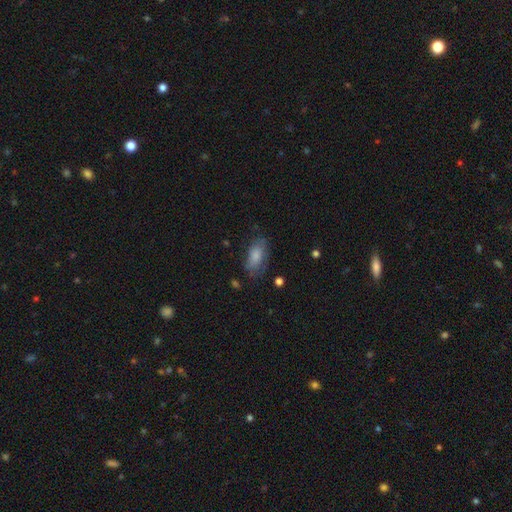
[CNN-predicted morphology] A smooth galaxy with no disk features (73%) that is in between round and cigar-shaped (90%).

Vote fractions:
- Smooth or featured? smooth: 73% / featured or disk: 19% / star or artifact: 8%
- How rounded? in between: 90% / cigar-shaped: 6% / round: 4%
- Merging? none: 58% / minor disturbance: 27% / major disturbance: 12% / merger: 2%